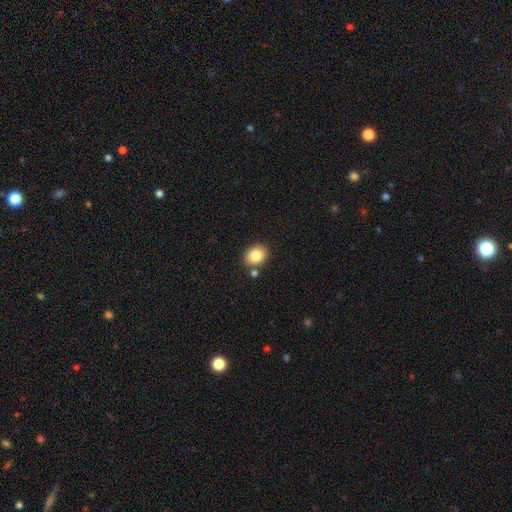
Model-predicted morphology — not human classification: smooth_or_featured: smooth (p=0.84) [alt: star or artifact p=0.09]
how_rounded: in between (p=0.51) [alt: round p=0.48]
merging: none (p=0.79) [alt: minor disturbance p=0.10]